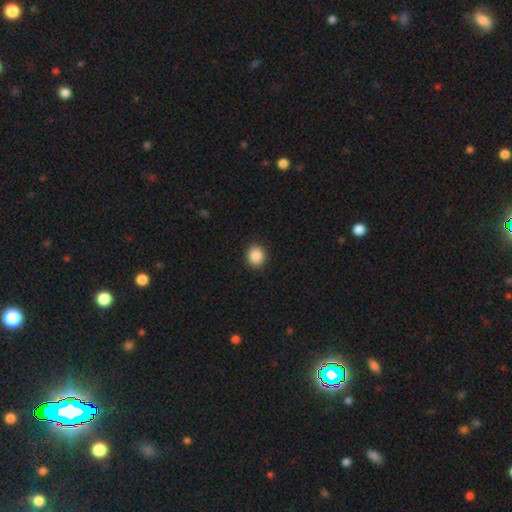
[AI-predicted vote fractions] The model was most divided on "how rounded": round: 75%, in between: 24%, cigar-shaped: 1%. More confident: merging — none (92%); smooth or featured — smooth (88%).